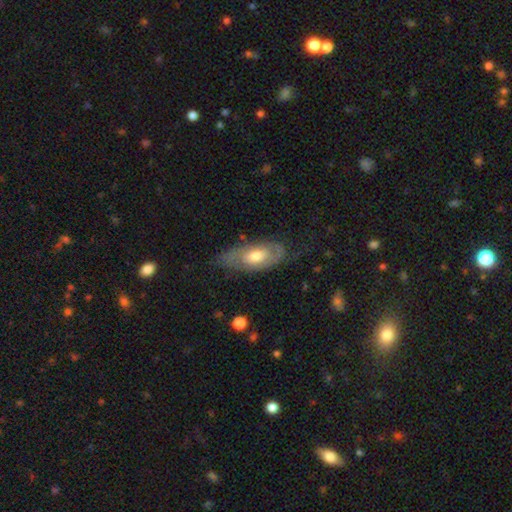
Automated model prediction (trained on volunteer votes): Smooth or featured? featured or disk (58%)
Edge-on disk? no (85%)
Merging? none (61%)